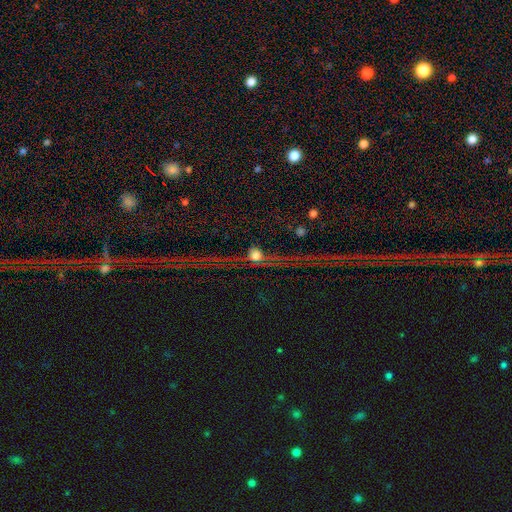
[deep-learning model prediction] Smooth or featured? star or artifact (44%)